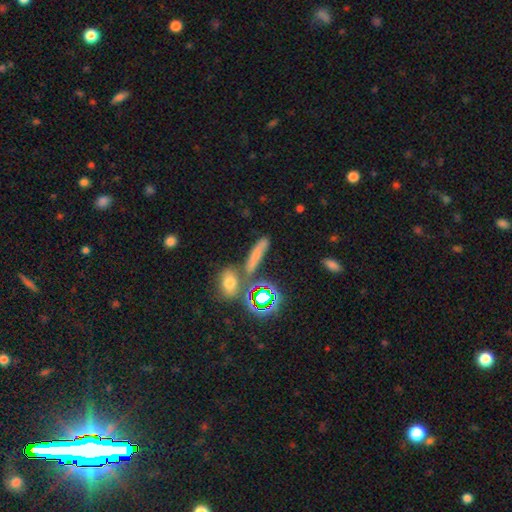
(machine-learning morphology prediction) The model was most divided on "smooth or featured": smooth: 60%, star or artifact: 24%, featured or disk: 16%. More confident: how rounded — cigar-shaped (64%); merging — none (63%).